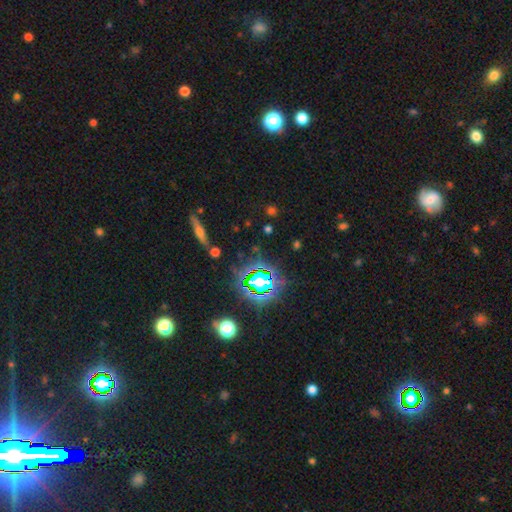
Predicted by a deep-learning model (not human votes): Smooth or featured? star or artifact (70%)